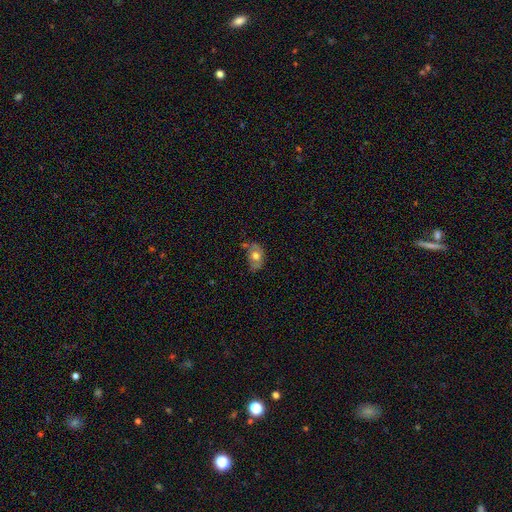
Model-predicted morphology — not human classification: smooth_or_featured: smooth (p=0.60) [alt: featured or disk p=0.31]
how_rounded: in between (p=0.70) [alt: round p=0.28]
merging: none (p=0.47) [alt: minor disturbance p=0.34]